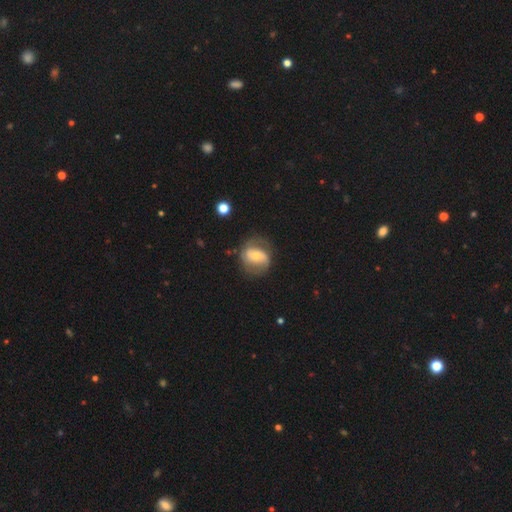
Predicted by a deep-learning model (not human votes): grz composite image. It shows a featured or disk galaxy (63%) with no bar (41%), spiral arms (80%) and a moderate central bulge (53%). Merging: none (62%).